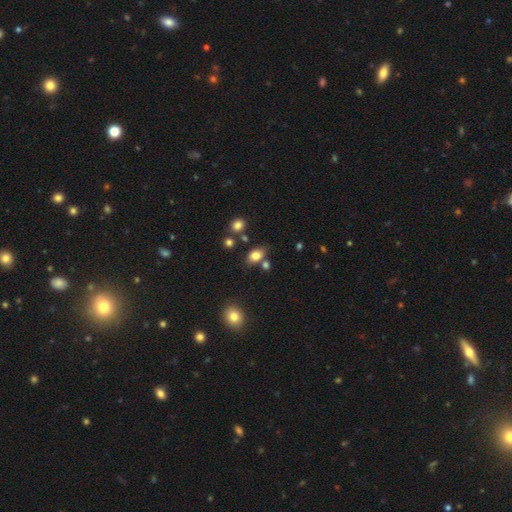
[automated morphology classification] Smooth or featured? Predicted: smooth (p=0.81). How rounded? Predicted: in between (p=0.80). Merging? Predicted: none (p=0.69).